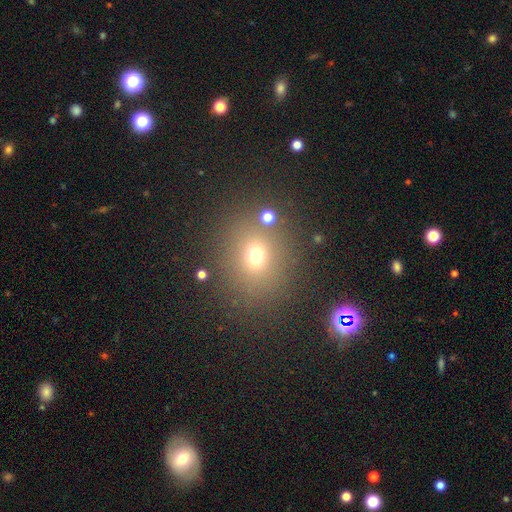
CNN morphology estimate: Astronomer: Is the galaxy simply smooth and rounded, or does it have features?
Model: smooth — 68%.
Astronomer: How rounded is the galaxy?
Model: round — 75%.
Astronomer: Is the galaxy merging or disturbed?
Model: none — 80%.